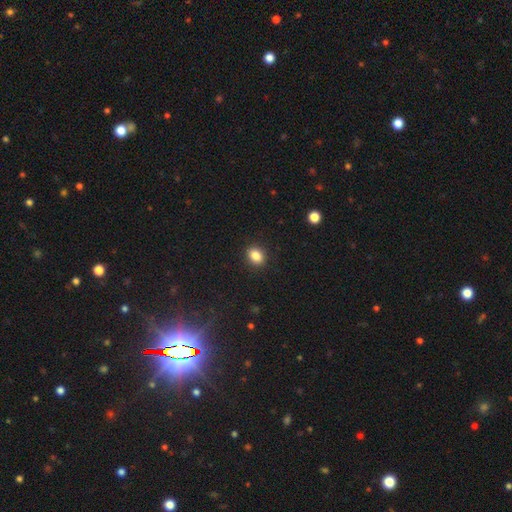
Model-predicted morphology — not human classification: A smooth galaxy with no disk features (85%) that is in between round and cigar-shaped (58%).

Vote fractions:
- Smooth or featured? smooth: 85% / star or artifact: 10% / featured or disk: 5%
- How rounded? in between: 58% / round: 41% / cigar-shaped: 1%
- Merging? none: 90% / minor disturbance: 7% / major disturbance: 2% / merger: 1%